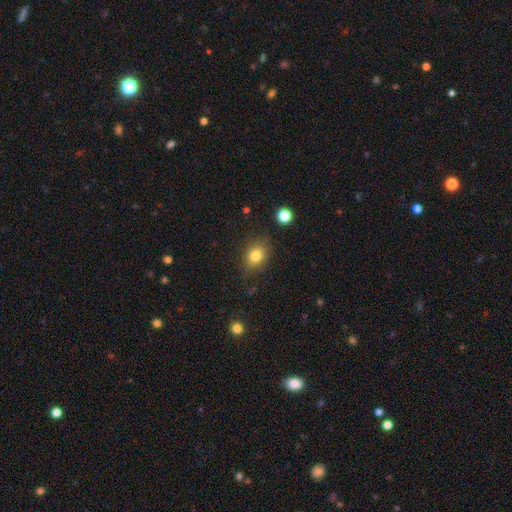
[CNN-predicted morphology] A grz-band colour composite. It shows a smooth galaxy with no disk features (80%) that is in between round and cigar-shaped (56%). Merging: none (80%).